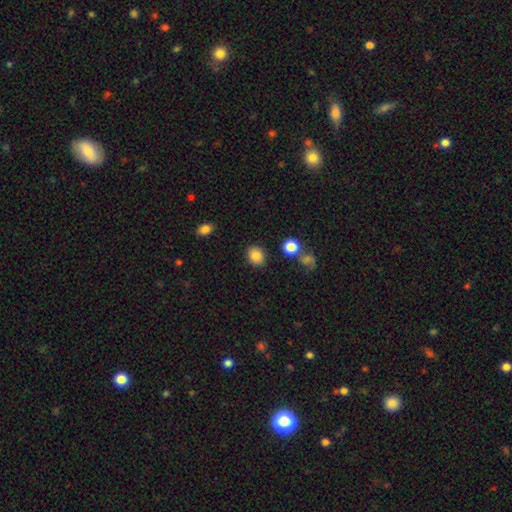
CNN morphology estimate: Smooth or featured: smooth — 84% (star or artifact — 10%)
How rounded: round — 57% (in between — 42%)
Merging: none — 86% (minor disturbance — 9%)